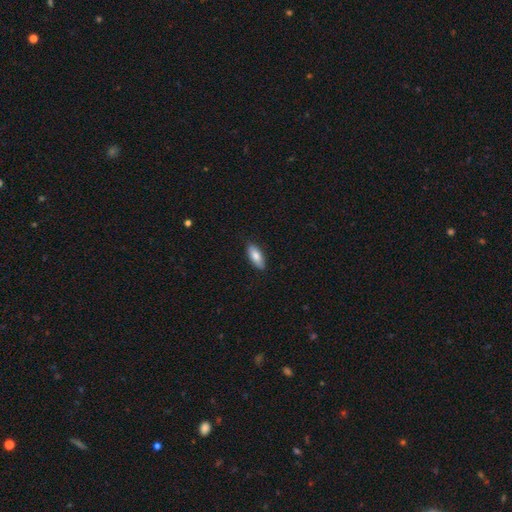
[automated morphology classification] The model was most divided on "how rounded": in between: 80%, cigar-shaped: 18%, round: 2%. More confident: merging — none (87%); smooth or featured — smooth (81%).